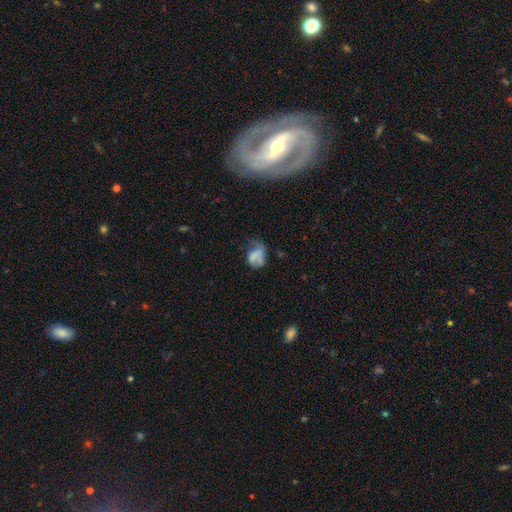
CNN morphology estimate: Smooth or featured?
  - smooth: 55% *
  - featured or disk: 33%
  - star or artifact: 13%
How rounded?
  - in between: 65% *
  - round: 34%
  - cigar-shaped: 2%
Merging?
  - major disturbance: 37% *
  - minor disturbance: 30%
  - none: 28%
  - merger: 5%